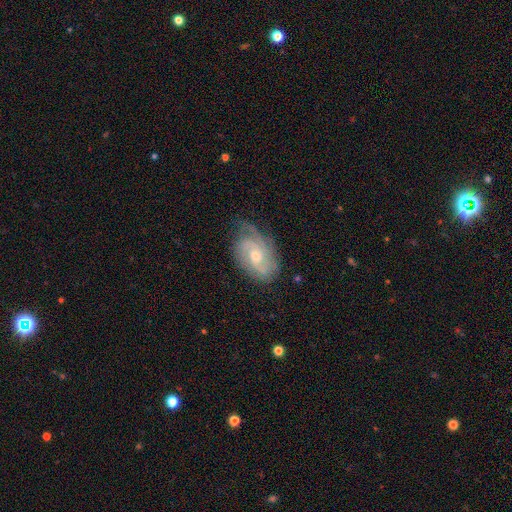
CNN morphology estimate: Smooth or featured? Predicted: featured or disk (p=0.81). Edge-on disk? Predicted: no (p=0.96). Bar? Predicted: no (p=0.64). Spiral arms? Predicted: yes (p=0.95). Spiral winding? Predicted: tight (p=0.54). Spiral arm count? Predicted: 3 (p=0.28). Bulge size? Predicted: moderate (p=0.54). Merging? Predicted: none (p=0.68).